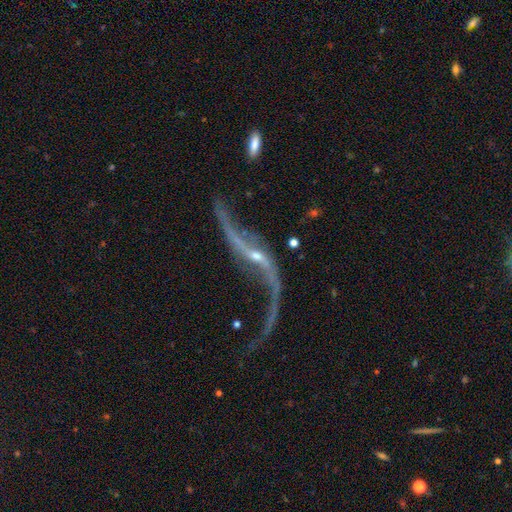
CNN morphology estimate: This is clearly a featured or disk galaxy (90%). It is clearly not viewed edge-on (86%). Bar: marginally no (42%). Spiral arm pattern: clearly yes (94%). Spiral arm count: clearly 2 (93%). Spiral winding: clearly loose (95%). Central bulge: likely small (78%). Merging: possibly none (56%).